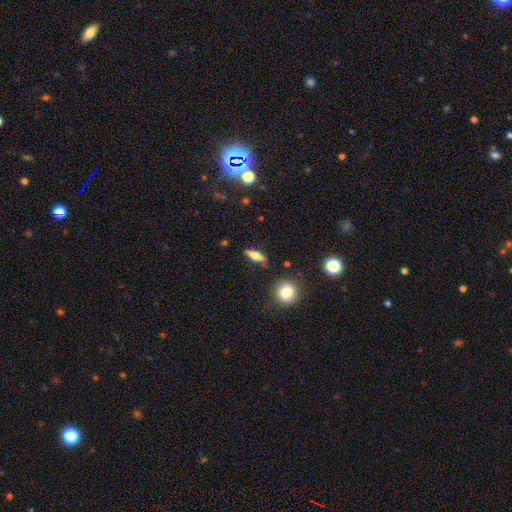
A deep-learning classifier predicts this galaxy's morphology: A smooth galaxy with no disk features (59%) that is in between round and cigar-shaped (54%). Merging: none (85%).